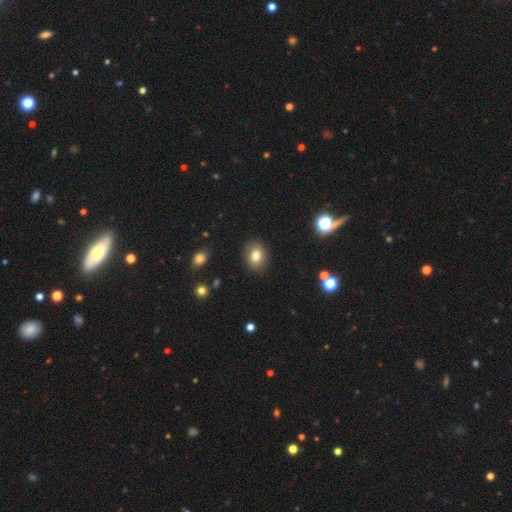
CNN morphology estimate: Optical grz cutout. It shows a smooth galaxy with no disk features (80%) that is in between round and cigar-shaped (57%). Merging: none (87%).